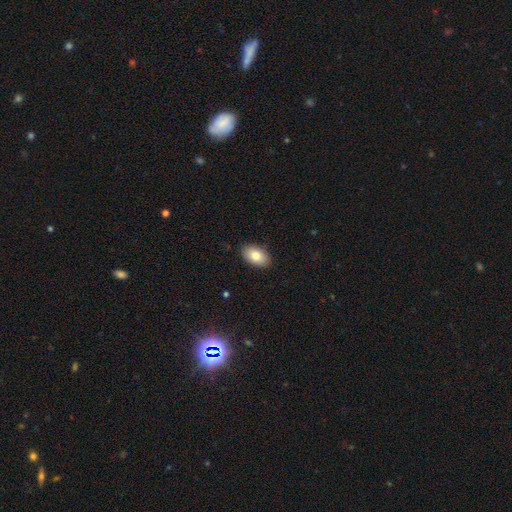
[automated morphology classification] Smooth or featured: smooth — 82% (featured or disk — 11%)
How rounded: in between — 93% (round — 6%)
Merging: none — 88% (minor disturbance — 9%)